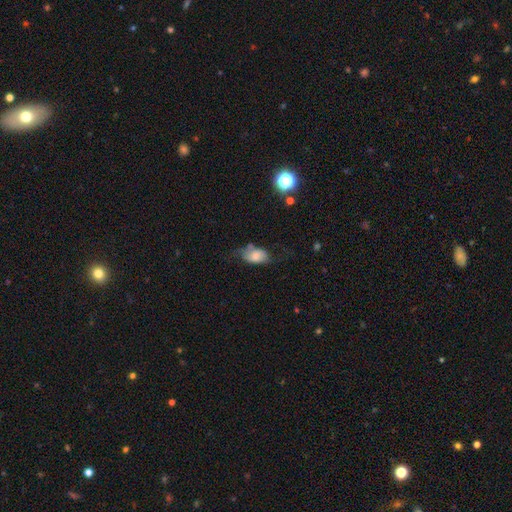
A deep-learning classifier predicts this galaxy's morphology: Overall: smooth (70%). How rounded: in between (90%). Merging: none (48%; minor disturbance 32%).